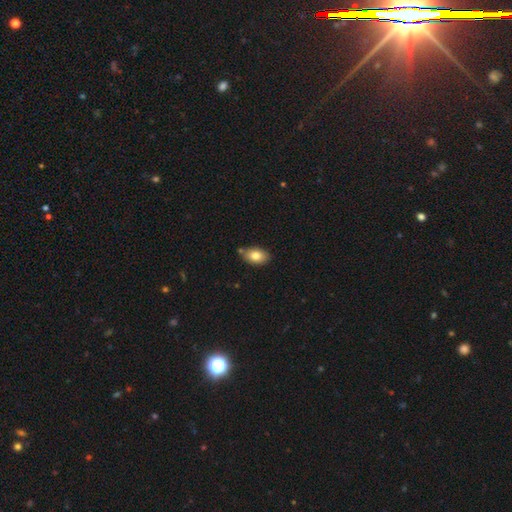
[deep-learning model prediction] Smooth or featured?
  - smooth: 80% *
  - featured or disk: 12%
  - star or artifact: 8%
How rounded?
  - in between: 88% *
  - round: 11%
  - cigar-shaped: 1%
Merging?
  - none: 76% *
  - minor disturbance: 14%
  - merger: 7%
  - major disturbance: 3%